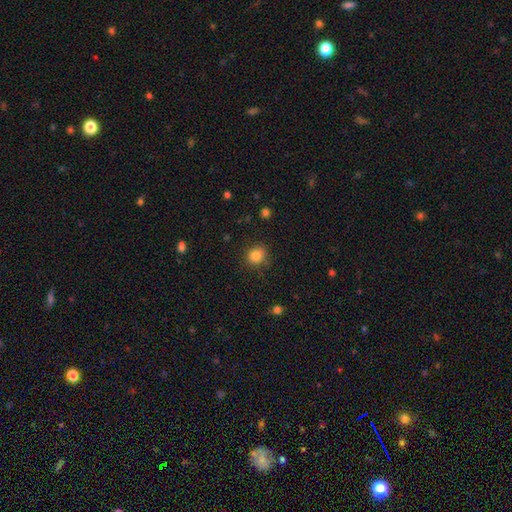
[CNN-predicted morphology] smooth 83%, star or artifact 11%, featured or disk 5%. Down the decision tree: how rounded — round (80%); merging — none (82%).